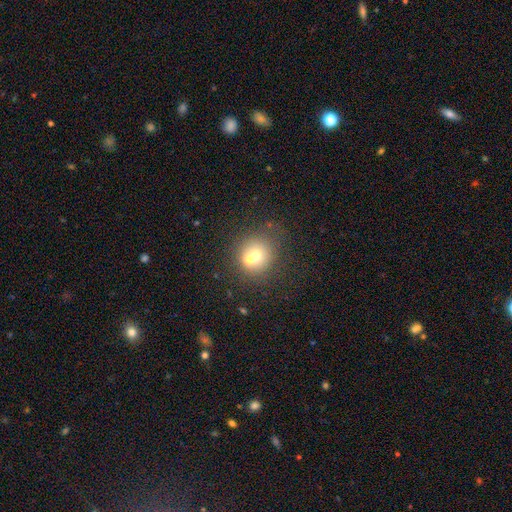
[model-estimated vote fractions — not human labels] smooth-or-featured: smooth: 62% | featured or disk: 22% | star or artifact: 16%
  how-rounded: round: 86% | in between: 13% | cigar-shaped: 1%
  merging: none: 48% | merger: 40% | minor disturbance: 8% | major disturbance: 4%